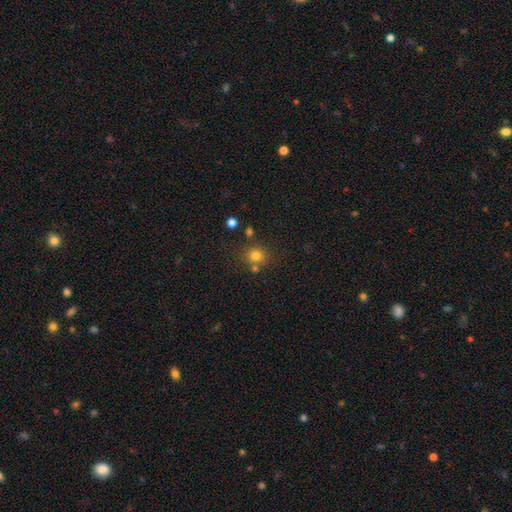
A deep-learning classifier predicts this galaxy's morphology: smooth 77%, star or artifact 15%, featured or disk 7%. Down the decision tree: how rounded — round (84%); merging — none (71%).